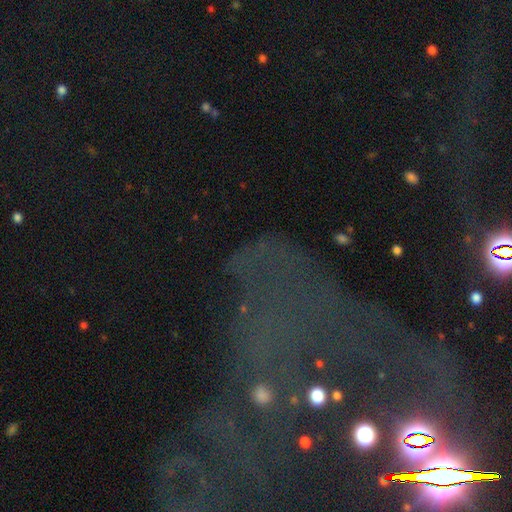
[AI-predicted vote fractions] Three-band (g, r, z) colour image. It shows a star or artifact, not a galaxy (63%).